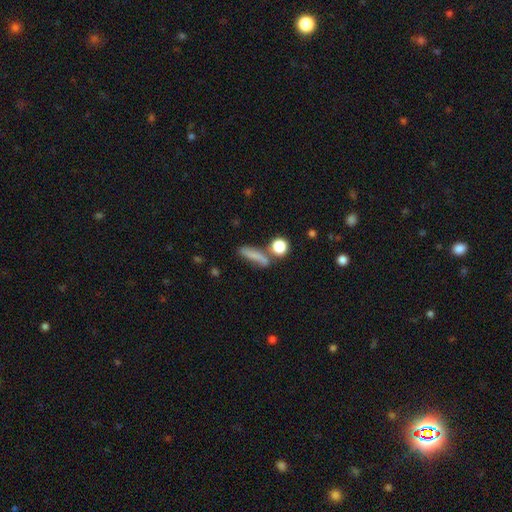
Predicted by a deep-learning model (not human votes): smooth_or_featured: smooth (p=0.71) [alt: featured or disk p=0.16]
how_rounded: cigar-shaped (p=0.60) [alt: in between p=0.29]
merging: none (p=0.53) [alt: merger p=0.19]